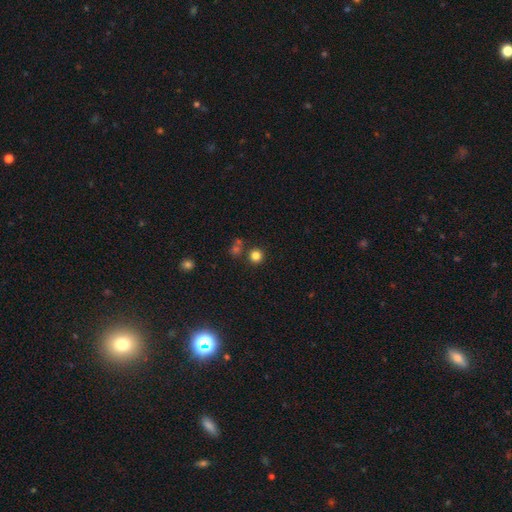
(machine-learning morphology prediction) Q: Smooth or featured?
A: smooth (81%); runner-up: star or artifact (14%)
Q: How rounded?
A: round (94%); runner-up: in between (5%)
Q: Merging?
A: none (81%); runner-up: merger (9%)